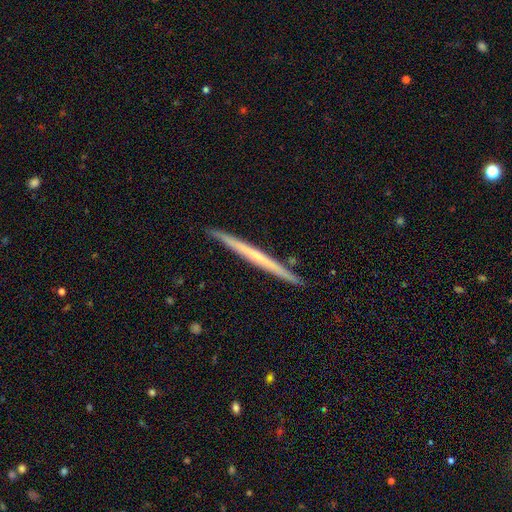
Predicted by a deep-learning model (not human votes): The model was most divided on "smooth or featured": featured or disk: 59%, smooth: 34%, star or artifact: 6%. More confident: edge-on disk — yes (97%); merging — none (91%); edge-on bulge — none (79%).